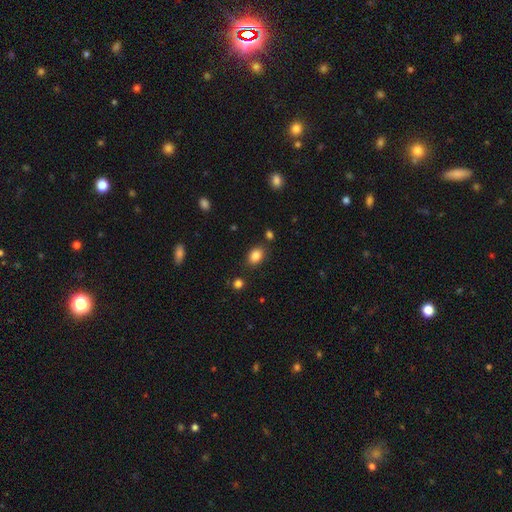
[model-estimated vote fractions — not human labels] smooth 85%, star or artifact 10%, featured or disk 5%. Down the decision tree: how rounded — in between (75%); merging — none (81%).